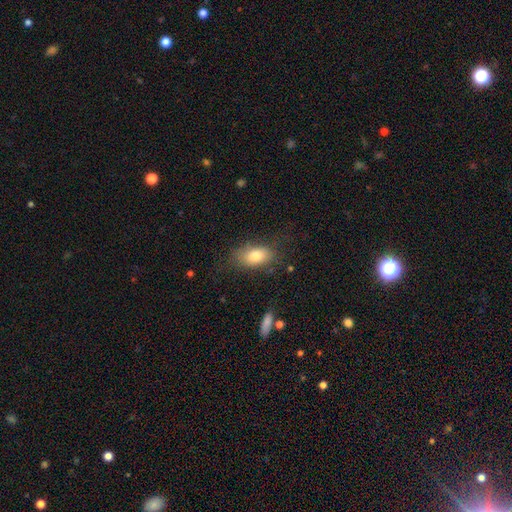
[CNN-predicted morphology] smooth-or-featured: smooth: 78% | featured or disk: 14% | star or artifact: 8%
  how-rounded: in between: 89% | round: 8% | cigar-shaped: 3%
  merging: none: 73% | minor disturbance: 18% | major disturbance: 8% | merger: 2%